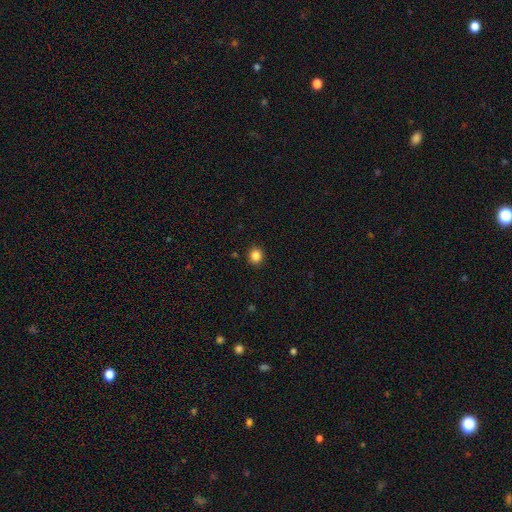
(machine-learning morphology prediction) A smooth galaxy with no disk features (85%) that is round (88%).

Vote fractions:
- Smooth or featured? smooth: 85% / star or artifact: 11% / featured or disk: 4%
- How rounded? round: 88% / in between: 11% / cigar-shaped: 1%
- Merging? none: 91% / minor disturbance: 6% / major disturbance: 2% / merger: 1%